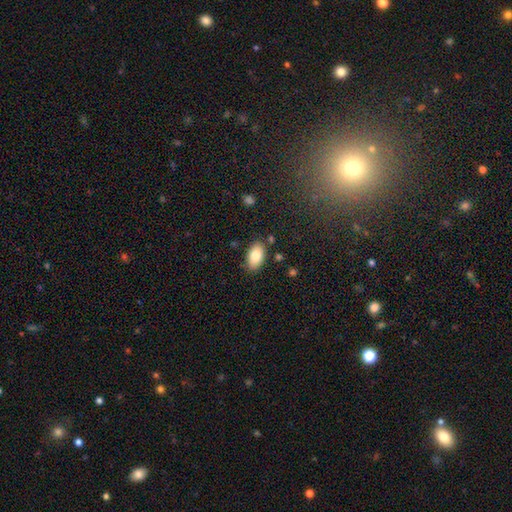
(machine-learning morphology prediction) This appears to be a smooth galaxy with no disk features (81%) that is in between round and cigar-shaped (94%). Merging: none (84%).